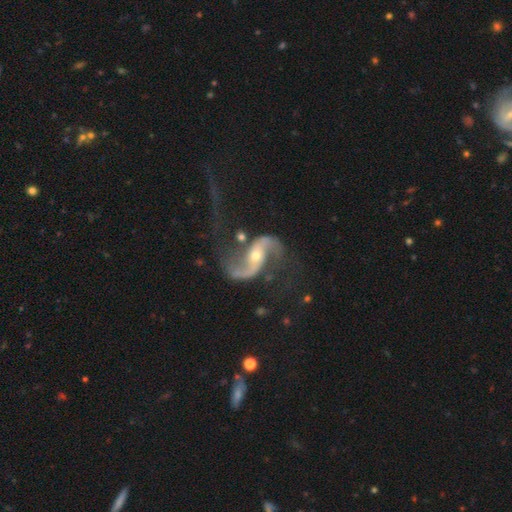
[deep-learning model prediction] Smooth or featured?
  - featured or disk: 91% *
  - star or artifact: 5%
  - smooth: 4%
Edge-on disk?
  - no: 97% *
  - yes: 3%
Bar?
  - no: 45% *
  - weak: 30%
  - strong: 25%
Spiral arms?
  - yes: 97% *
  - no: 3%
Spiral winding?
  - loose: 76% *
  - medium: 19%
  - tight: 5%
Spiral arm count?
  - 2: 93% *
  - 1: 2%
  - can't tell: 2%
  - 3: 1%
  - 4: 1%
  - more than 4: 1%
Bulge size?
  - small: 52% *
  - moderate: 43%
  - large: 2%
  - none: 1%
  - dominant: 1%
Merging?
  - none: 55% *
  - major disturbance: 21%
  - minor disturbance: 16%
  - merger: 7%